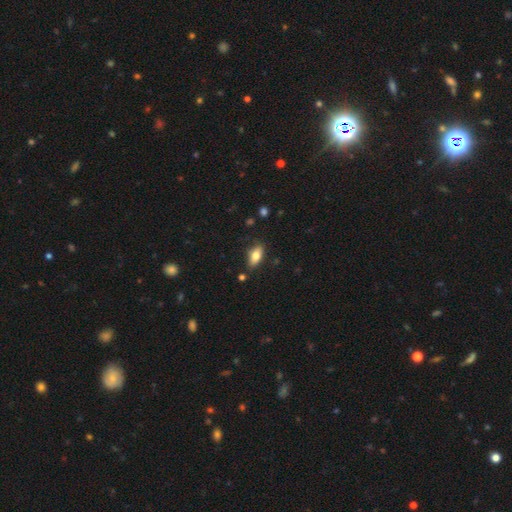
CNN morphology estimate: smooth 79%, featured or disk 14%, star or artifact 7%. Down the decision tree: how rounded — in between (86%); merging — none (80%).